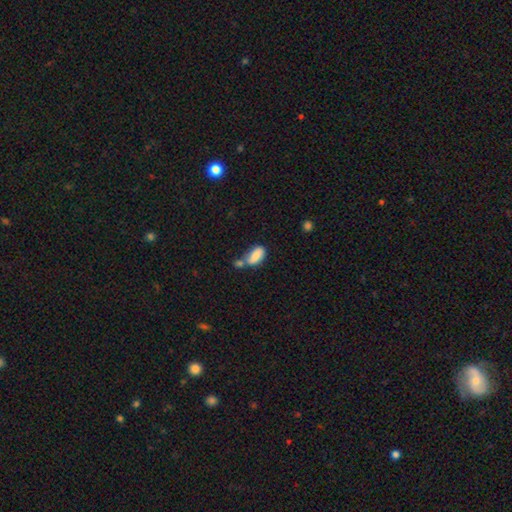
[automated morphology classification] Q: Smooth or featured?
A: smooth (82%); runner-up: featured or disk (10%)
Q: How rounded?
A: in between (91%); runner-up: cigar-shaped (5%)
Q: Merging?
A: merger (41%); runner-up: none (35%)